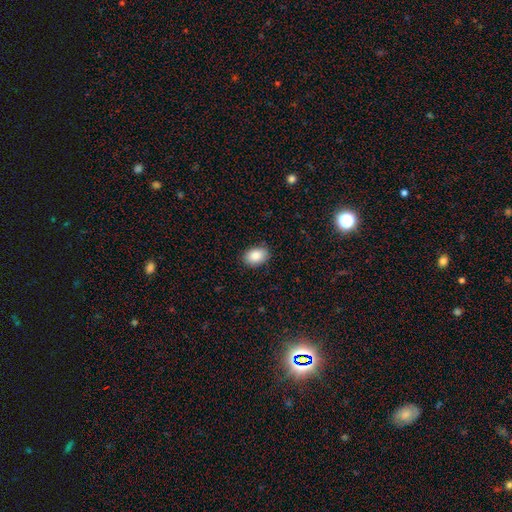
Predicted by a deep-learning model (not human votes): Smooth or featured? Predicted: smooth (p=0.88). How rounded? Predicted: in between (p=0.83). Merging? Predicted: none (p=0.87).